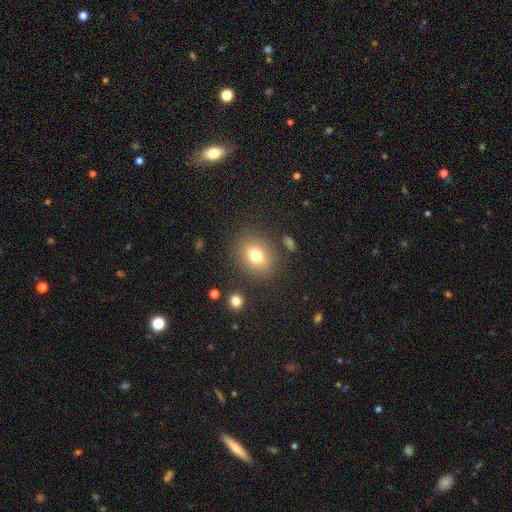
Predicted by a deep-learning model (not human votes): Morphology: type=smooth (76%); roundness=round (53%); merging=none (83%).